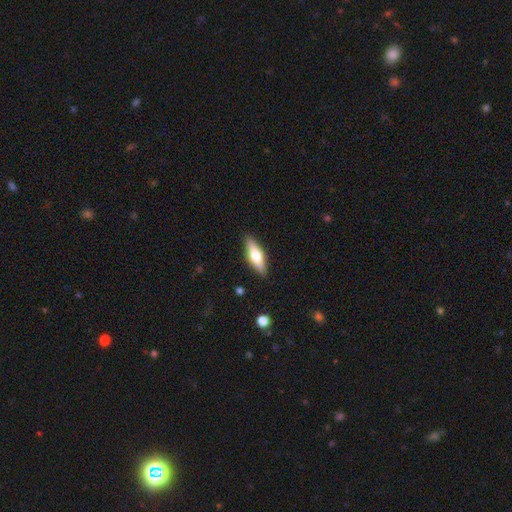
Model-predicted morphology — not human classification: Smooth or featured: smooth — 61% (featured or disk — 33%)
How rounded: in between — 52% (cigar-shaped — 46%)
Merging: none — 88% (minor disturbance — 9%)